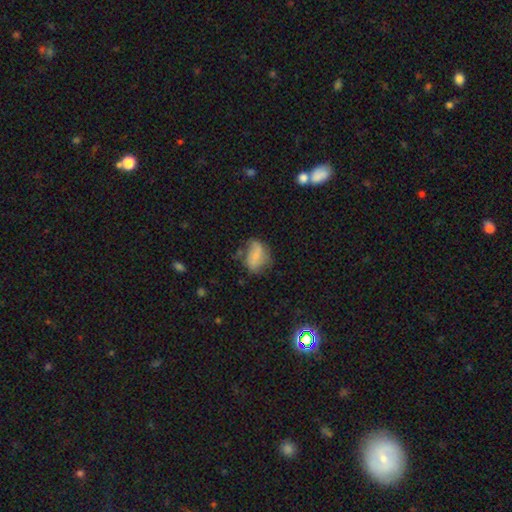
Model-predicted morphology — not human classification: Smooth or featured: smooth — 63% (featured or disk — 27%)
How rounded: in between — 80% (round — 17%)
Merging: none — 41% (minor disturbance — 31%)